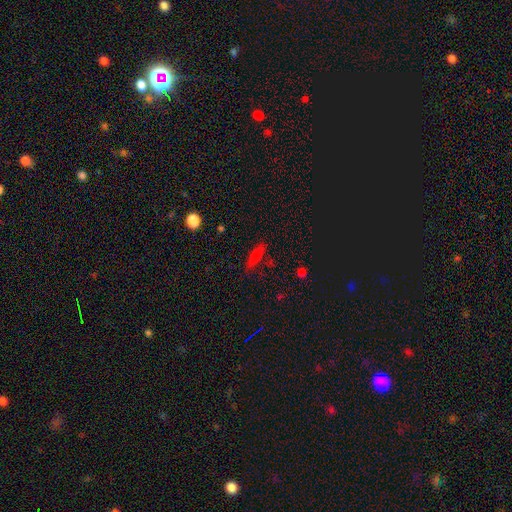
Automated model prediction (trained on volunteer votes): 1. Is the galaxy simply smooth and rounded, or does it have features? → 65% smooth, 20% featured or disk, 15% star or artifact.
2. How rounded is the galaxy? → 56% cigar-shaped, 40% in between, 4% round.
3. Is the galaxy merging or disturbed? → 78% none, 15% minor disturbance, 4% major disturbance, 3% merger.